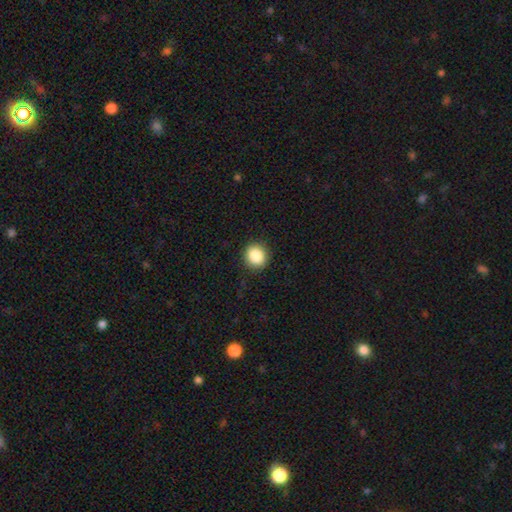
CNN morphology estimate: smooth-or-featured: smooth: 87% | star or artifact: 9% | featured or disk: 4%
  how-rounded: round: 82% | in between: 17% | cigar-shaped: 1%
  merging: none: 91% | minor disturbance: 6% | major disturbance: 2% | merger: 1%